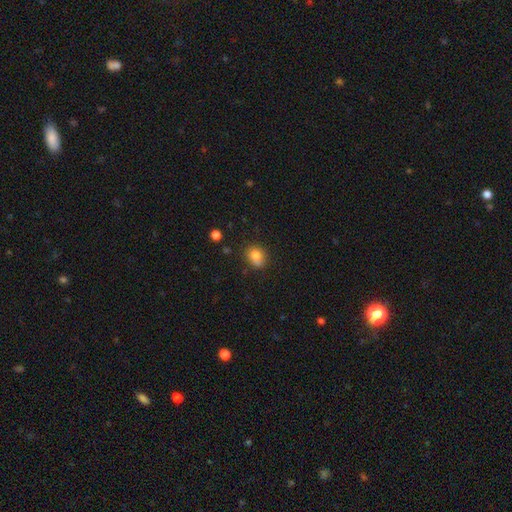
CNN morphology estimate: The model was most divided on "how rounded": round: 58%, in between: 41%, cigar-shaped: 1%. More confident: smooth or featured — smooth (78%); merging — none (62%).